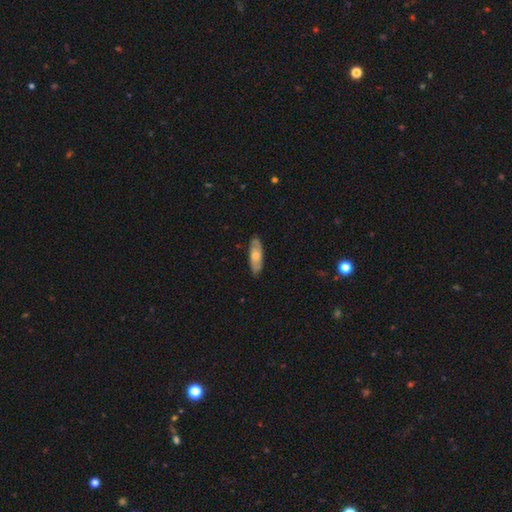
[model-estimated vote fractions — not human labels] Smooth or featured?
  - smooth: 57% *
  - featured or disk: 37%
  - star or artifact: 6%
How rounded?
  - in between: 63% *
  - cigar-shaped: 35%
  - round: 2%
Merging?
  - none: 83% *
  - minor disturbance: 14%
  - major disturbance: 2%
  - merger: 1%